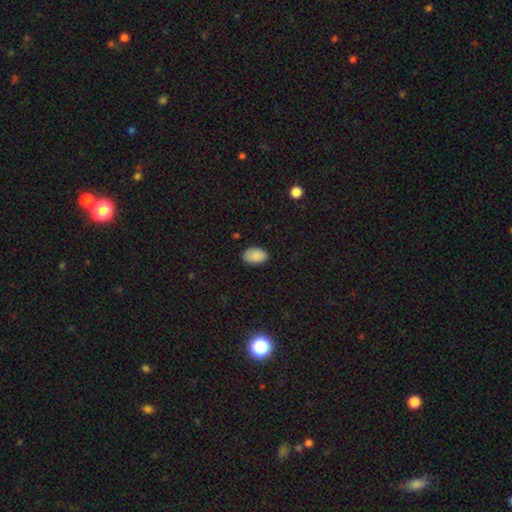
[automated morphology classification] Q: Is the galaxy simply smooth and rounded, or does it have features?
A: smooth — 88%.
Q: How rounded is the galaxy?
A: in between — 89%.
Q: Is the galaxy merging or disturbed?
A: none — 84%.